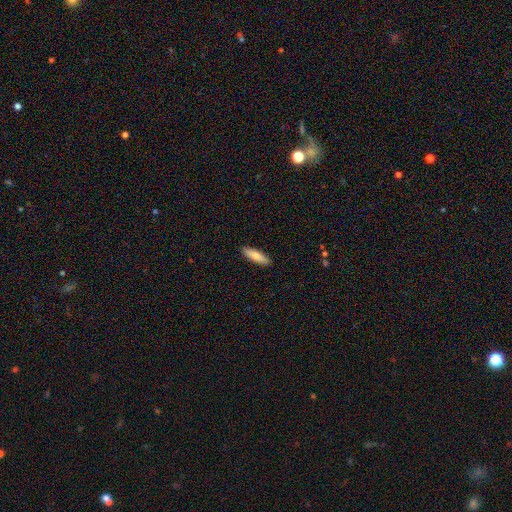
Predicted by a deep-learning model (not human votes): smooth-or-featured: smooth: 82% | featured or disk: 13% | star or artifact: 5%
  how-rounded: cigar-shaped: 60% | in between: 38% | round: 2%
  merging: none: 90% | minor disturbance: 7% | major disturbance: 2% | merger: 1%